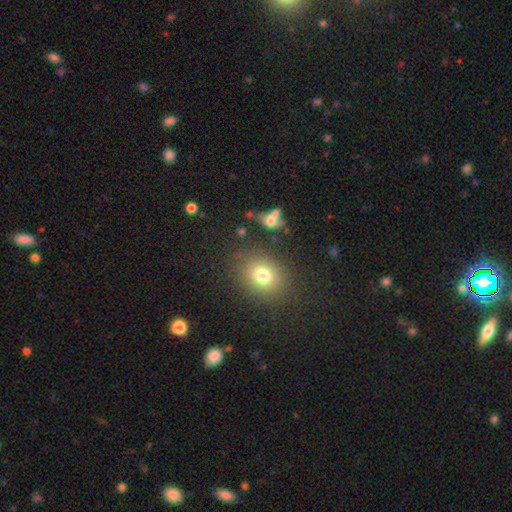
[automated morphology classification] smooth_or_featured: smooth (p=0.68) [alt: star or artifact p=0.25]
how_rounded: round (p=0.67) [alt: in between p=0.32]
merging: none (p=0.87) [alt: minor disturbance p=0.07]